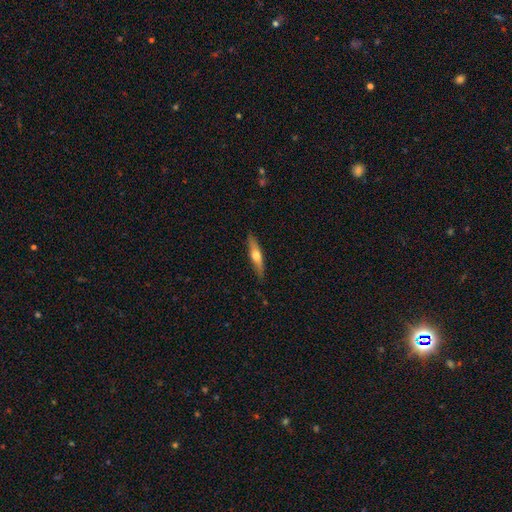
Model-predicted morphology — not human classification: Smooth or featured: featured or disk — 53% (smooth — 41%)
Edge-on disk: yes — 91% (no — 9%)
Merging: none — 85% (minor disturbance — 12%)